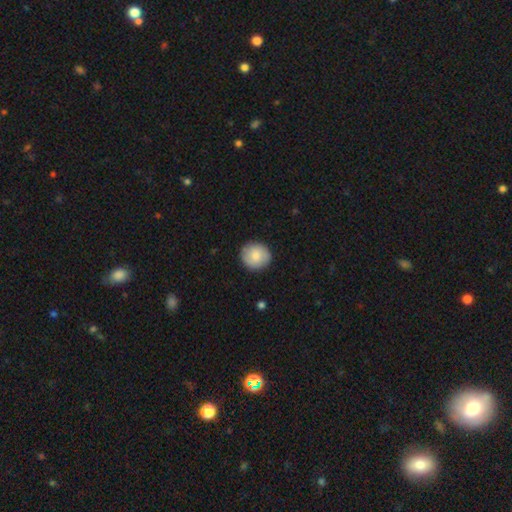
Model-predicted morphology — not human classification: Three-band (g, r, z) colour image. It shows a smooth galaxy with no disk features (79%) that is round (90%). Merging: none (88%).